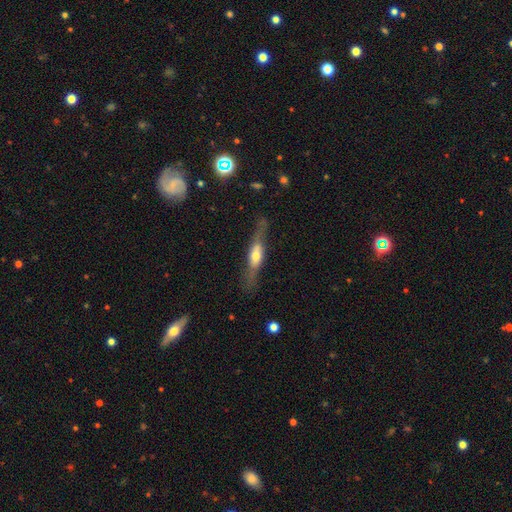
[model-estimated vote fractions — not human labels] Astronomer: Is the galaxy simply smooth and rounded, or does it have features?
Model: featured or disk — 61%.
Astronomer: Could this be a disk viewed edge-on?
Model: yes — 83%.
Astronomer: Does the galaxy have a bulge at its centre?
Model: rounded — 81%.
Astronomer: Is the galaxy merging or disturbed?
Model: none — 74%.